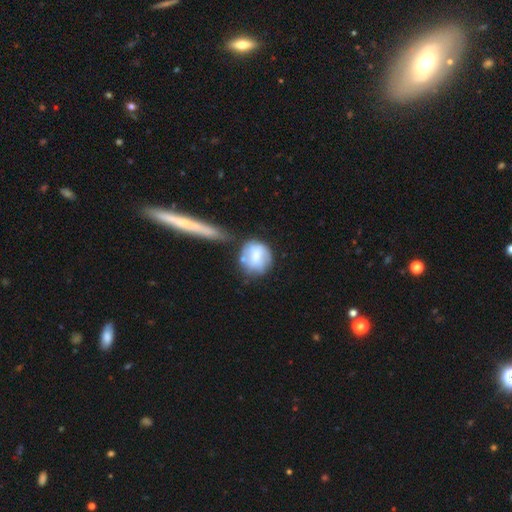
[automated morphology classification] smooth-or-featured: smooth: 64% | featured or disk: 29% | star or artifact: 7%
  how-rounded: round: 79% | in between: 20% | cigar-shaped: 2%
  merging: none: 45% | minor disturbance: 23% | merger: 19% | major disturbance: 12%